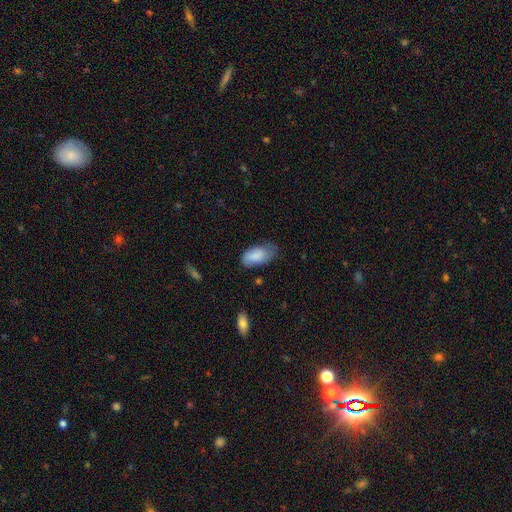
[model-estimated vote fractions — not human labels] Q: Smooth or featured?
A: smooth (83%); runner-up: featured or disk (11%)
Q: How rounded?
A: in between (93%); runner-up: cigar-shaped (4%)
Q: Merging?
A: none (55%); runner-up: minor disturbance (34%)